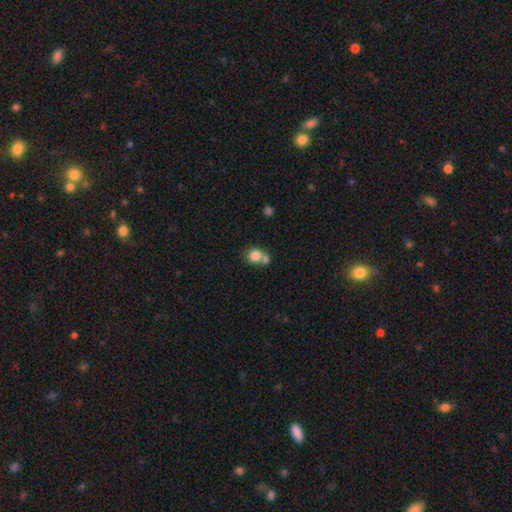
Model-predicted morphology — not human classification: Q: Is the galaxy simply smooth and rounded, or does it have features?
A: smooth — 80%.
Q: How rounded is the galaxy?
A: round — 78%.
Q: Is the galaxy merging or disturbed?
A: merger — 48%.